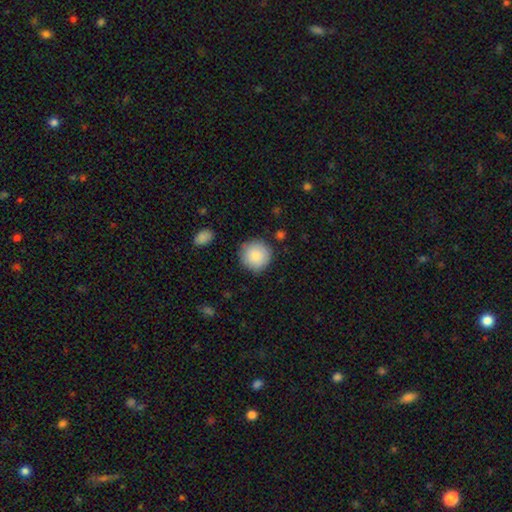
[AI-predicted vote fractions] The model was most divided on "merging": none: 85%, minor disturbance: 10%, major disturbance: 2%, merger: 2%. More confident: how rounded — round (95%); smooth or featured — smooth (85%).